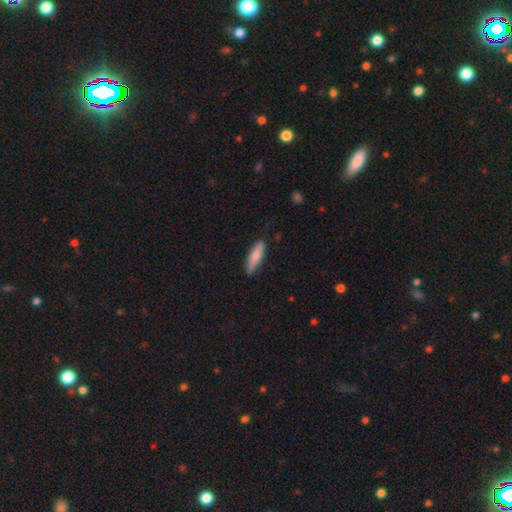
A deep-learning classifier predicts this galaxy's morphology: Overall: smooth (82%). How rounded: cigar-shaped (73%). Merging: none (85%).